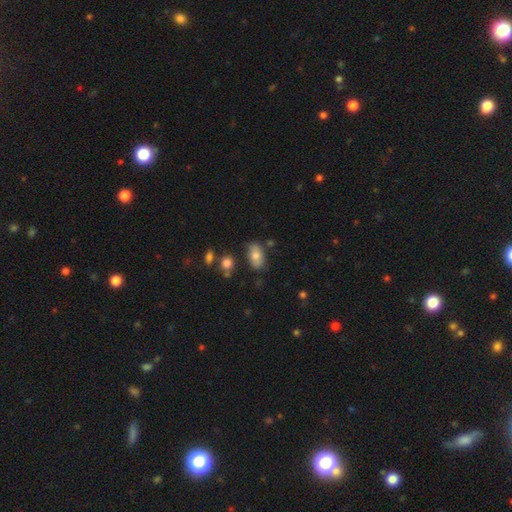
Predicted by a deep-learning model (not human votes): Overall: smooth (75%). How rounded: in between (91%). Merging: none (74%).